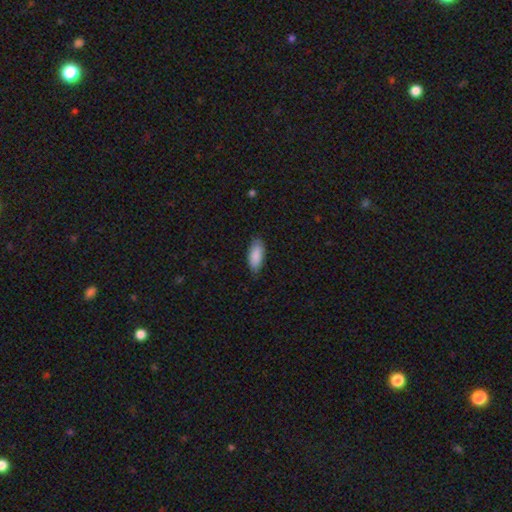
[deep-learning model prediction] Smooth or featured: smooth — 89% (star or artifact — 6%)
How rounded: in between — 85% (cigar-shaped — 14%)
Merging: none — 82% (minor disturbance — 14%)